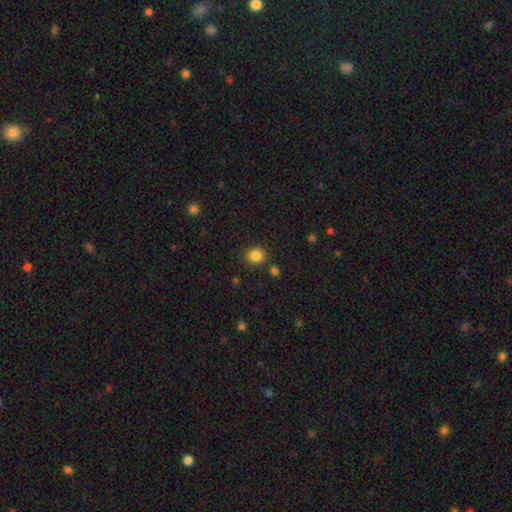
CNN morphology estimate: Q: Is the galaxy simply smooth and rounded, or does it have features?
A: smooth — 85%.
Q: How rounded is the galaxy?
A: round — 82%.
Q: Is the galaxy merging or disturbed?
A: none — 85%.